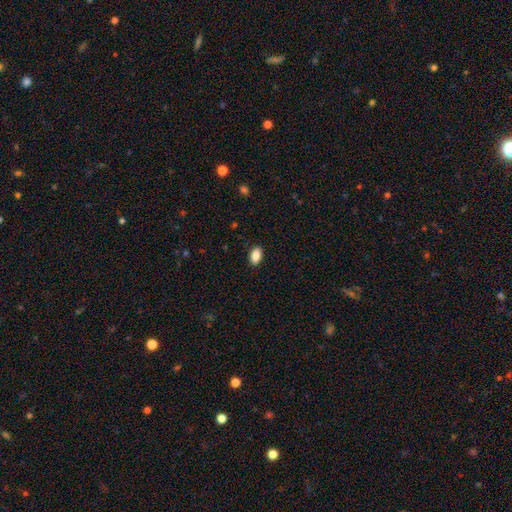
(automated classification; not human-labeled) A smooth galaxy with no disk features (87%) that is in between round and cigar-shaped (92%). Merging: none (90%).